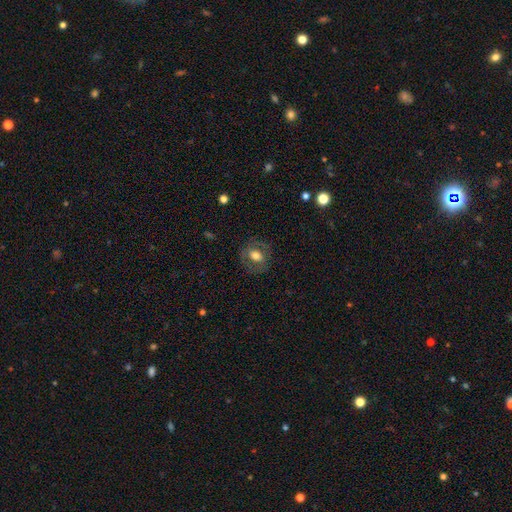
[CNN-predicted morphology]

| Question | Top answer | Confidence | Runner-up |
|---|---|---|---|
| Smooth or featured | smooth | 57% | featured or disk (35%) |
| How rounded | in between | 51% | round (47%) |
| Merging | none | 78% | minor disturbance (13%) |